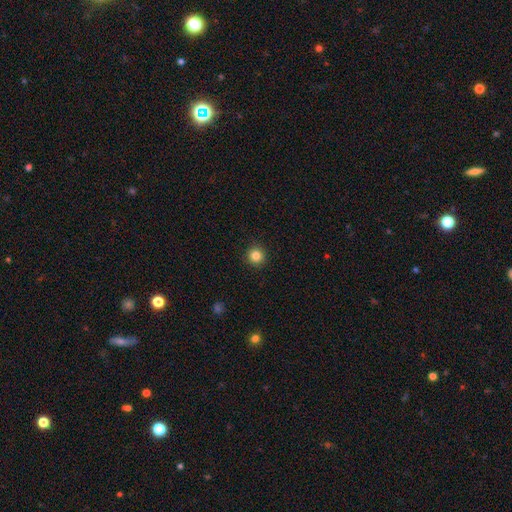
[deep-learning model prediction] Overall: smooth (84%). How rounded: round (96%). Merging: none (93%).